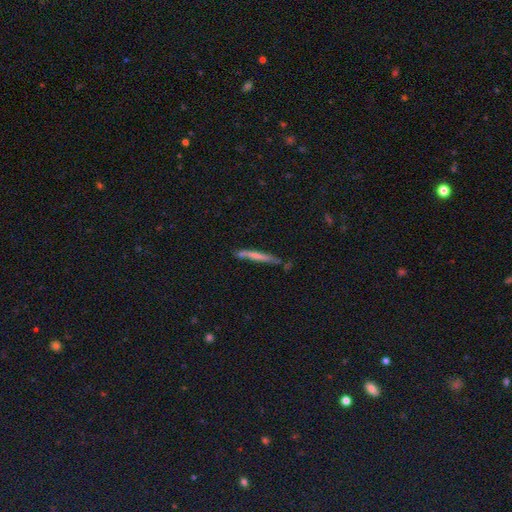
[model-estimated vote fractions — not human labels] Smooth or featured?
  - smooth: 59% *
  - featured or disk: 34%
  - star or artifact: 7%
How rounded?
  - cigar-shaped: 95% *
  - in between: 3%
  - round: 1%
Merging?
  - none: 69% *
  - minor disturbance: 19%
  - merger: 7%
  - major disturbance: 5%